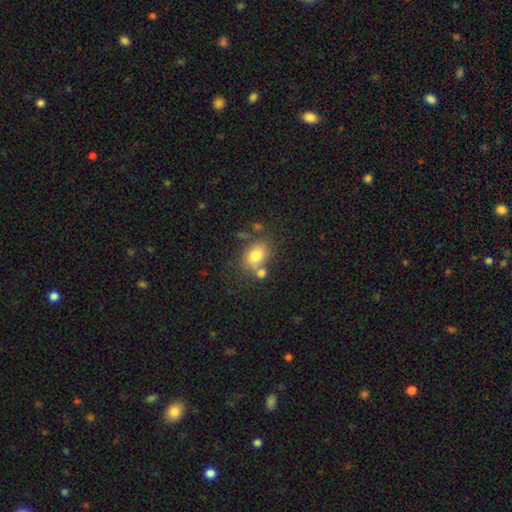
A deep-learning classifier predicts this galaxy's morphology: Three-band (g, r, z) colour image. It shows a smooth galaxy with no disk features (77%) that is in between round and cigar-shaped (63%). Merging: none (57%).